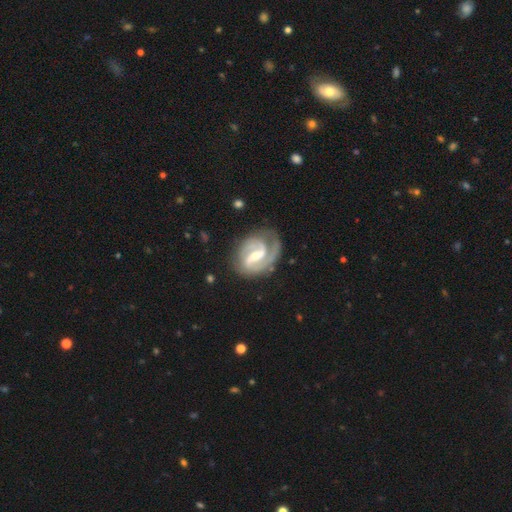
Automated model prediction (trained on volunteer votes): A featured or disk galaxy (90%) with a weak bar (46%), 2 (76%) medium (51%) spiral arms (98%) and a small central bulge (52%).

Vote fractions:
- Smooth or featured? featured or disk: 90% / smooth: 6% / star or artifact: 4%
- Edge-on disk? no: 98% / yes: 2%
- Bar? weak: 46% / strong: 39% / no: 14%
- Spiral arms? yes: 98% / no: 2%
- Spiral winding? medium: 51% / tight: 35% / loose: 14%
- Spiral arm count? 2: 76% / 3: 10% / 1: 6% / can't tell: 5% / 4: 2% / more than 4: 2%
- Bulge size? small: 52% / moderate: 43% / large: 2% / none: 2% / dominant: 1%
- Merging? none: 69% / minor disturbance: 19% / major disturbance: 10% / merger: 2%